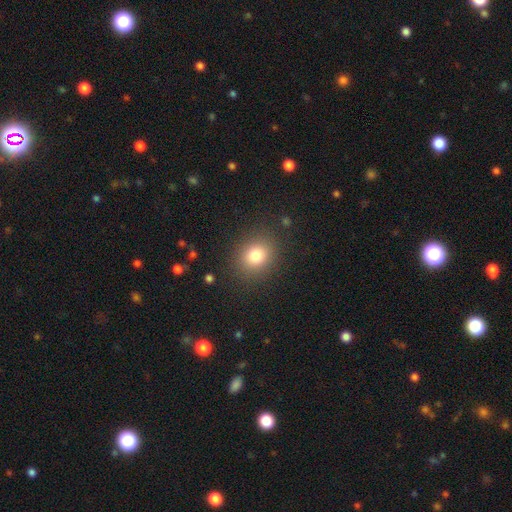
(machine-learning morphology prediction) Smooth or featured: smooth — 80% (star or artifact — 12%)
How rounded: round — 63% (in between — 36%)
Merging: none — 86% (minor disturbance — 9%)